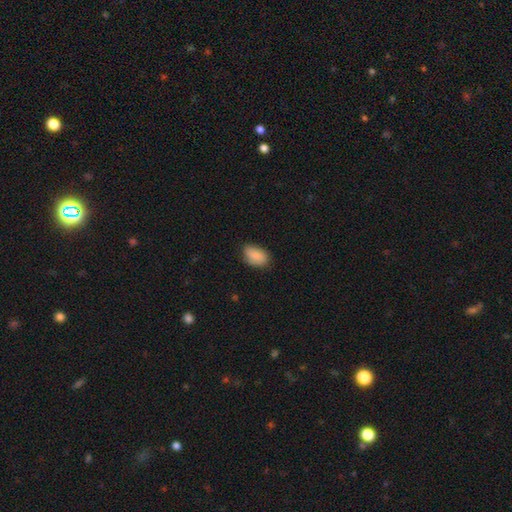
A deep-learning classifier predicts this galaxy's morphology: Q: Smooth or featured?
A: smooth (87%); runner-up: star or artifact (7%)
Q: How rounded?
A: in between (90%); runner-up: round (9%)
Q: Merging?
A: none (72%); runner-up: minor disturbance (23%)